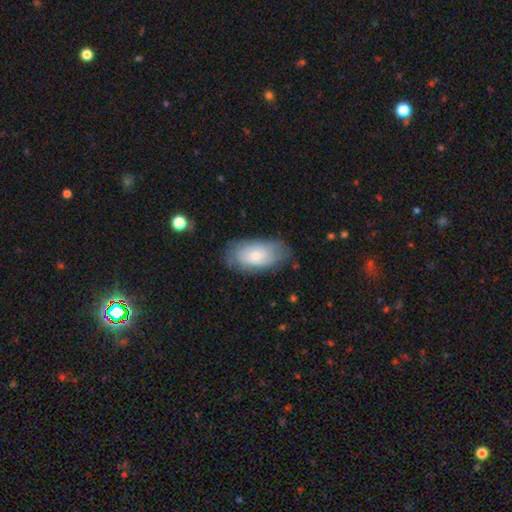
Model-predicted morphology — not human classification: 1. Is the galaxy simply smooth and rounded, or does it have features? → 55% smooth, 39% featured or disk, 6% star or artifact.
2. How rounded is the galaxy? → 93% in between, 4% round, 3% cigar-shaped.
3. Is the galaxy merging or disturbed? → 71% none, 21% minor disturbance, 6% major disturbance, 1% merger.